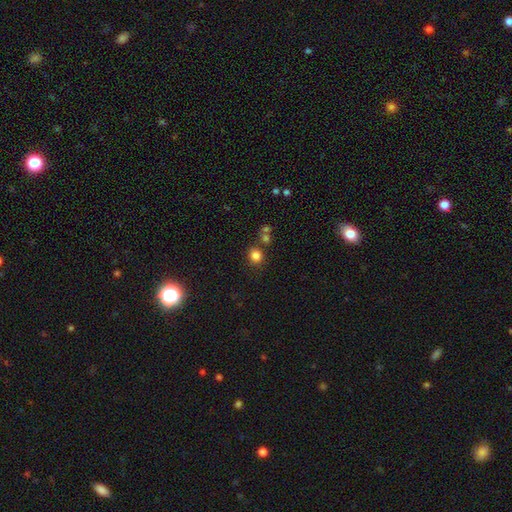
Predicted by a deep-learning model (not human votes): A smooth galaxy with no disk features (82%) that is round (83%). Merging: none (77%).